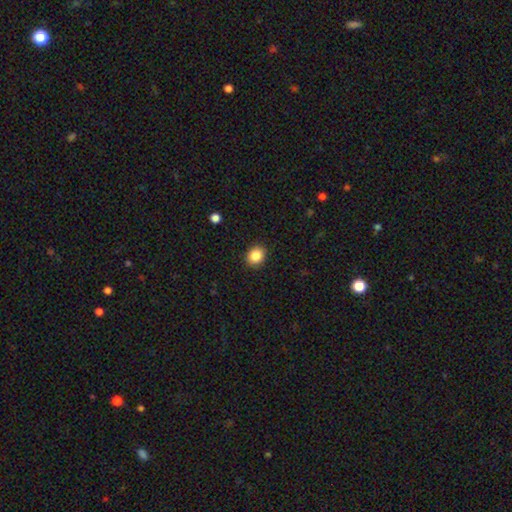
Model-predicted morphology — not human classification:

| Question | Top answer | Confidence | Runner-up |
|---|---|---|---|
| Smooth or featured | smooth | 86% | star or artifact (10%) |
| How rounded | round | 70% | in between (29%) |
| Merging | none | 91% | minor disturbance (6%) |